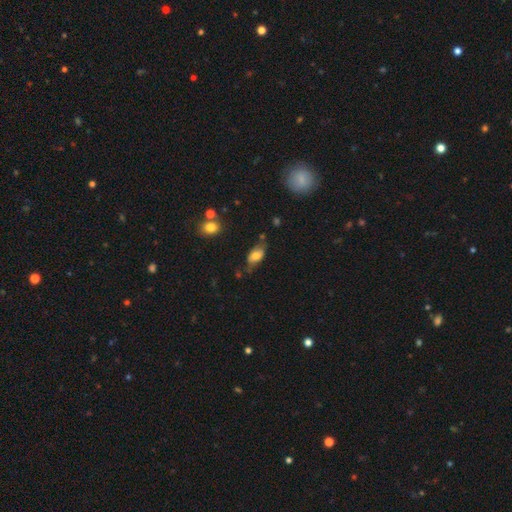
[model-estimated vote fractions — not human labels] This appears to be a smooth galaxy with no disk features (72%) that is in between round and cigar-shaped (90%). Merging: none (55%).